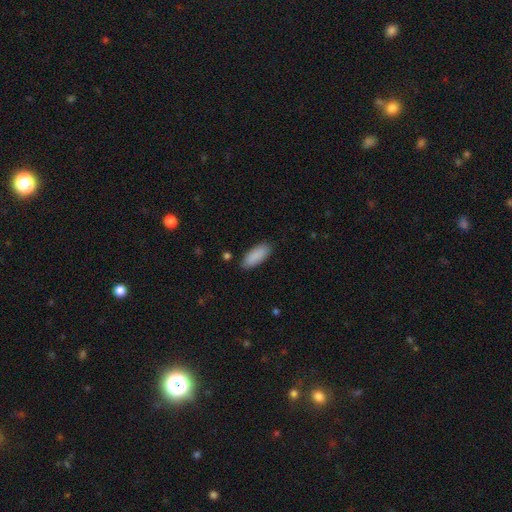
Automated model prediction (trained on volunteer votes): Smooth or featured?
  - smooth: 90% *
  - star or artifact: 6%
  - featured or disk: 5%
How rounded?
  - in between: 82% *
  - cigar-shaped: 17%
  - round: 2%
Merging?
  - none: 85% *
  - minor disturbance: 11%
  - major disturbance: 2%
  - merger: 1%